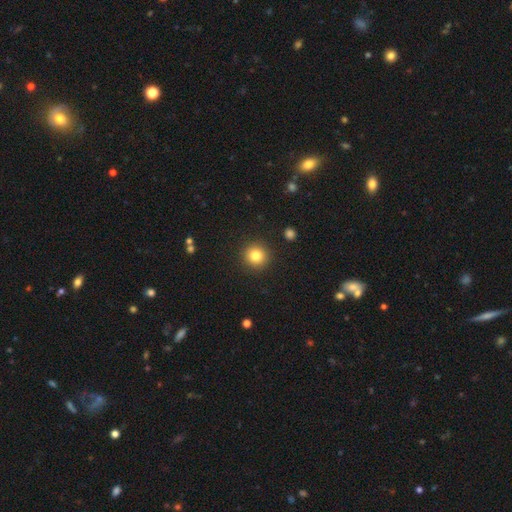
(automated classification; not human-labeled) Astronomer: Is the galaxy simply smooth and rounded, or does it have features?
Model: smooth — 82%.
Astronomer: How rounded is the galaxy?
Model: round — 94%.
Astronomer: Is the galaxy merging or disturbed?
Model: none — 91%.